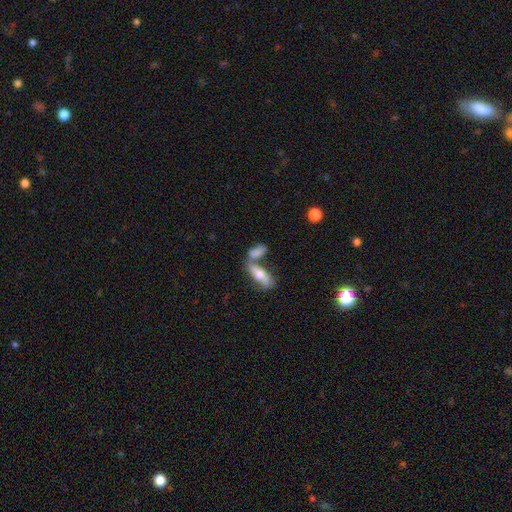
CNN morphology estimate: smooth 49%, featured or disk 40%, star or artifact 10%. Down the decision tree: merging — merger (43%).